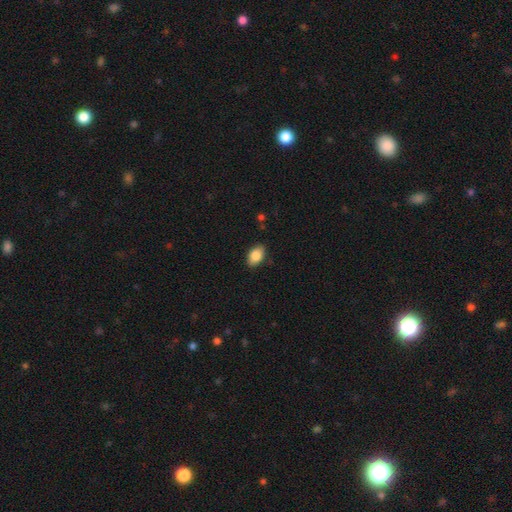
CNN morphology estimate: Q: Smooth or featured?
A: smooth (85%); runner-up: featured or disk (8%)
Q: How rounded?
A: in between (90%); runner-up: round (8%)
Q: Merging?
A: none (87%); runner-up: minor disturbance (10%)